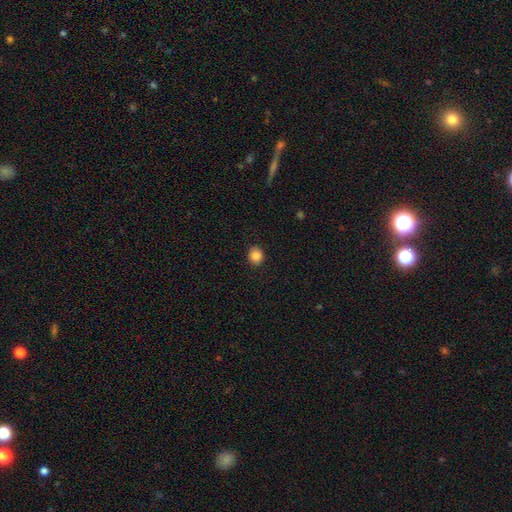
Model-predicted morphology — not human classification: smooth-or-featured: smooth: 86% | star or artifact: 10% | featured or disk: 4%
  how-rounded: round: 76% | in between: 23% | cigar-shaped: 1%
  merging: none: 91% | minor disturbance: 6% | major disturbance: 2% | merger: 1%